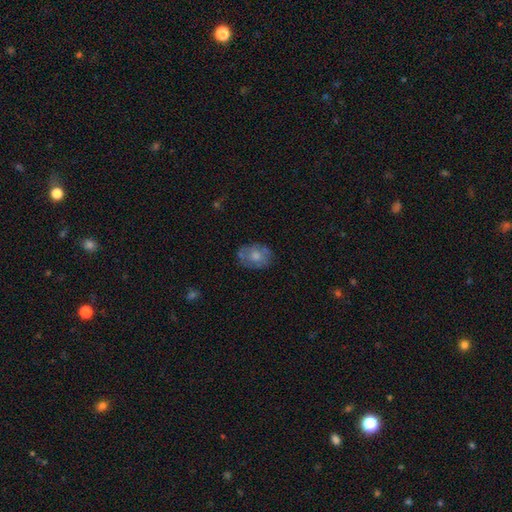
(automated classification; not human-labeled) smooth_or_featured: smooth (p=0.57) [alt: featured or disk p=0.35]
how_rounded: in between (p=0.70) [alt: round p=0.29]
merging: none (p=0.68) [alt: minor disturbance p=0.22]